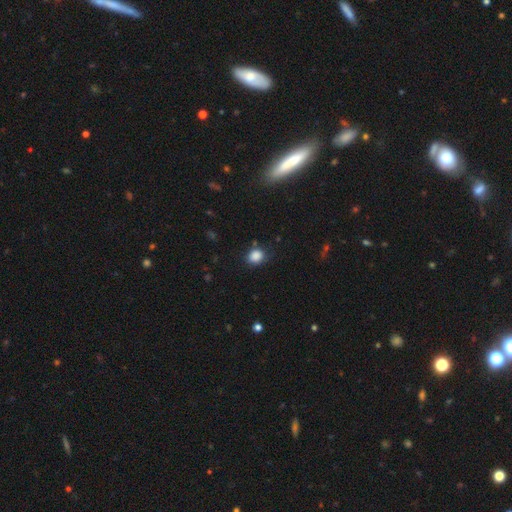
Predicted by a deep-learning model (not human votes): smooth 86%, star or artifact 10%, featured or disk 4%. Down the decision tree: how rounded — round (64%); merging — none (76%).